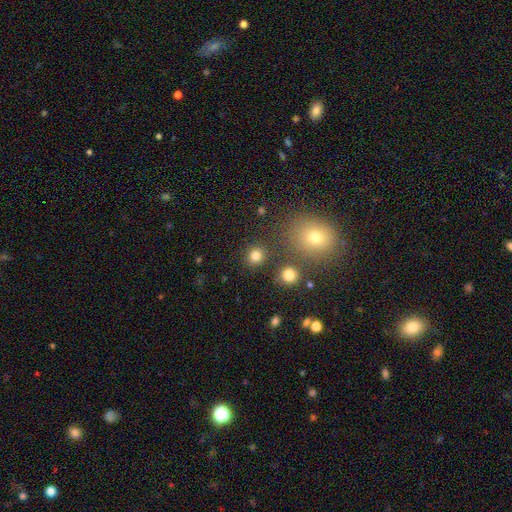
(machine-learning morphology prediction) Q: Smooth or featured?
A: smooth (80%); runner-up: star or artifact (15%)
Q: How rounded?
A: round (87%); runner-up: in between (12%)
Q: Merging?
A: none (85%); runner-up: minor disturbance (6%)